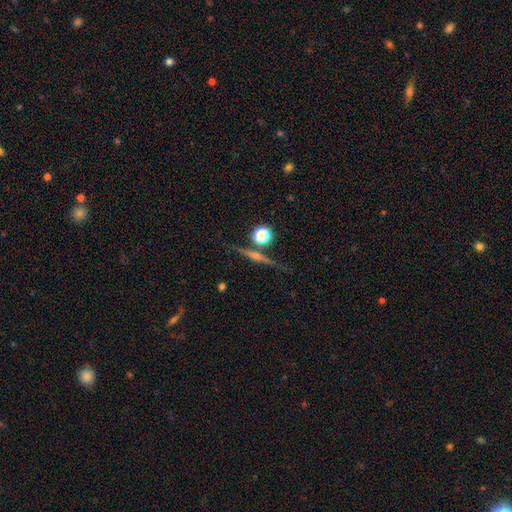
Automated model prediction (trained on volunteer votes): The model was most divided on "smooth or featured": featured or disk: 72%, smooth: 15%, star or artifact: 13%. More confident: edge-on disk — yes (97%); merging — none (87%); edge-on bulge — rounded (76%).